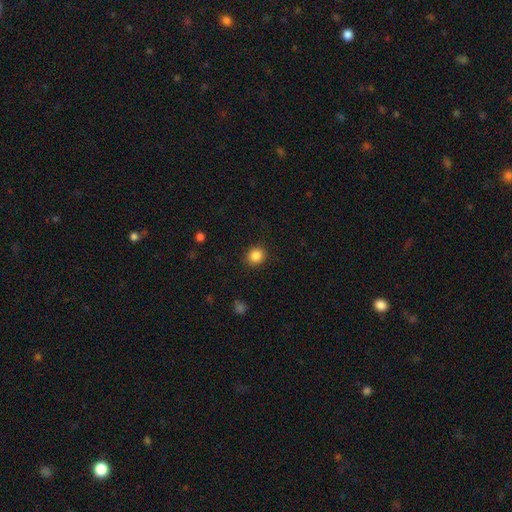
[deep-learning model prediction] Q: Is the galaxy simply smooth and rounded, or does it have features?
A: smooth — 86%.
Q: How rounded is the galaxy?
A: round — 82%.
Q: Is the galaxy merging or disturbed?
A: none — 90%.